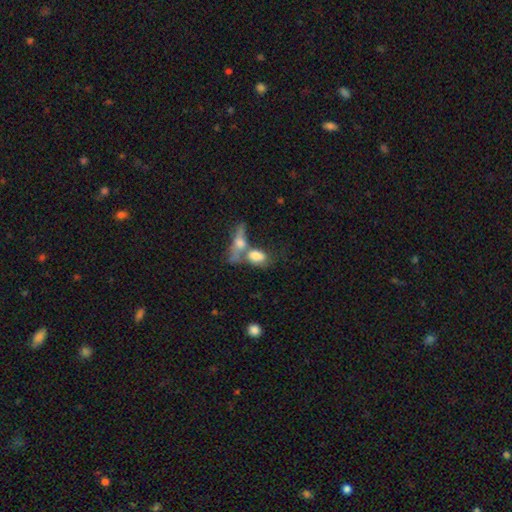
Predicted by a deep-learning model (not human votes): Smooth or featured? Predicted: smooth (p=0.69). How rounded? Predicted: in between (p=0.82). Merging? Predicted: merger (p=0.56).